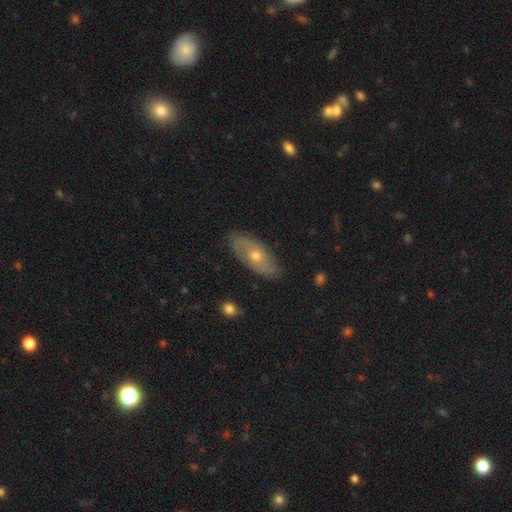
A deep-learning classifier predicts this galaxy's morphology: Smooth or featured: featured or disk — 64% (smooth — 29%)
Edge-on disk: no — 83% (yes — 17%)
Bar: no — 76% (weak — 20%)
Spiral arms: yes — 72% (no — 28%)
Bulge size: moderate — 60% (small — 36%)
Merging: none — 82% (minor disturbance — 14%)